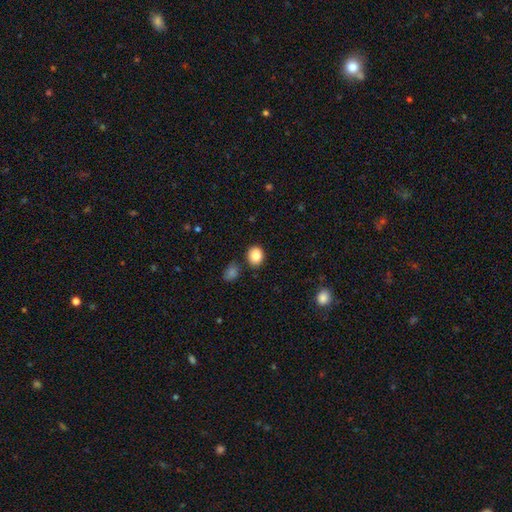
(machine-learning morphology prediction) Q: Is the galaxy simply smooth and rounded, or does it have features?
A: smooth — 87%.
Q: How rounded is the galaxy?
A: round — 68%.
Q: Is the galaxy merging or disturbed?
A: none — 82%.